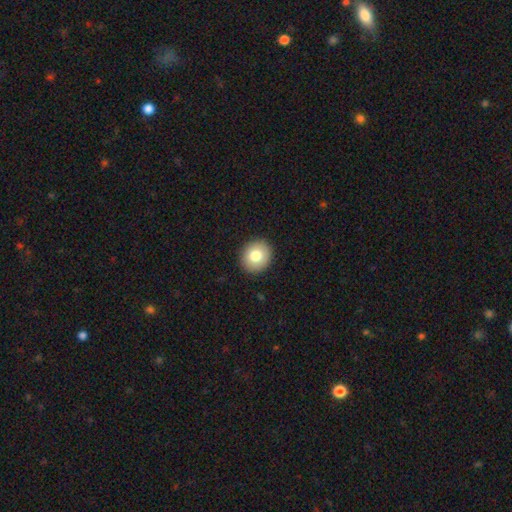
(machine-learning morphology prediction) smooth-or-featured: smooth: 80% | featured or disk: 12% | star or artifact: 9%
  how-rounded: round: 79% | in between: 20% | cigar-shaped: 1%
  merging: none: 91% | minor disturbance: 6% | major disturbance: 2% | merger: 1%